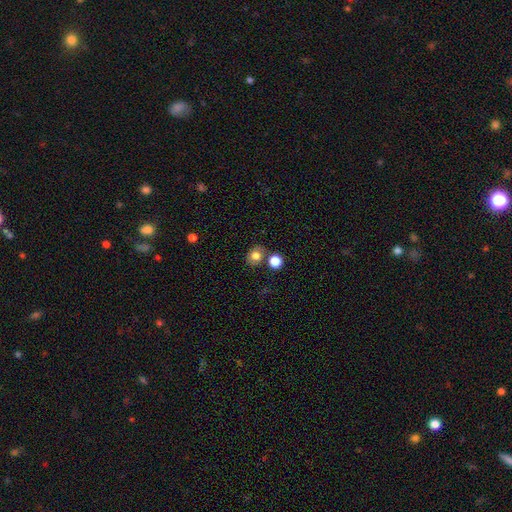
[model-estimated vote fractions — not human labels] This is likely a smooth galaxy (77%). How rounded: likely round (63%). Merging: likely none (73%).